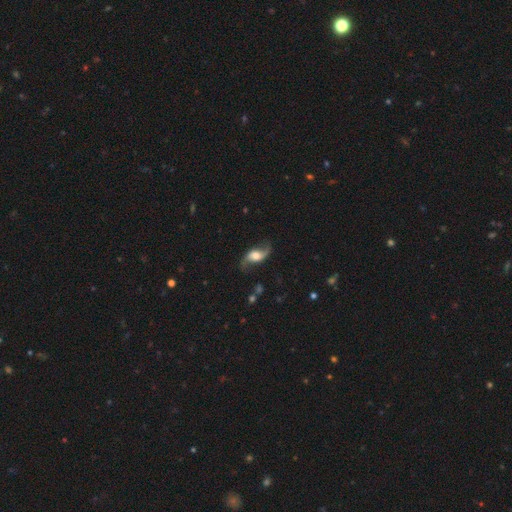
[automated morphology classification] A featured or disk galaxy (79%) with no bar (53%), 2 (93%) loose (85%) spiral arms (94%) and a moderate central bulge (51%). Merging: none (74%).